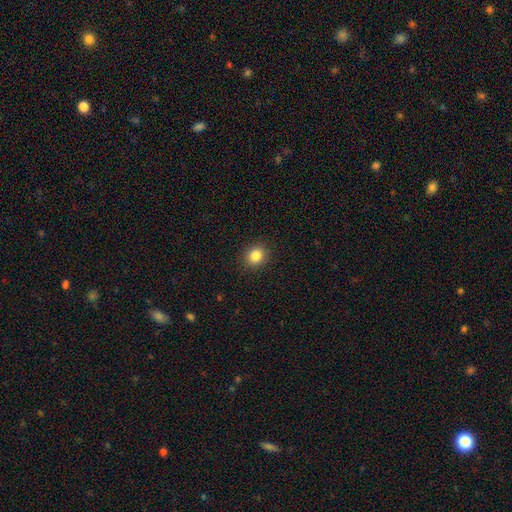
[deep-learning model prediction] The model was most divided on "how rounded": round: 74%, in between: 25%, cigar-shaped: 1%. More confident: merging — none (90%); smooth or featured — smooth (85%).